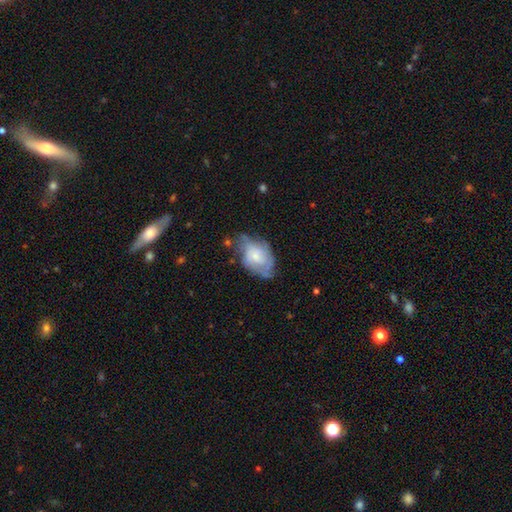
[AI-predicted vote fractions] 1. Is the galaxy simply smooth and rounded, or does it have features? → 53% featured or disk, 39% smooth, 8% star or artifact.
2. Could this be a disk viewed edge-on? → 96% no, 4% yes.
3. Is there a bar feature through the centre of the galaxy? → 74% no, 23% weak, 3% strong.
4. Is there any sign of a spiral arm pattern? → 67% yes, 33% no.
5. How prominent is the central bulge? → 49% small, 35% moderate, 9% none, 6% large, 1% dominant.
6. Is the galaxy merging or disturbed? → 46% none, 33% minor disturbance, 18% major disturbance, 3% merger.